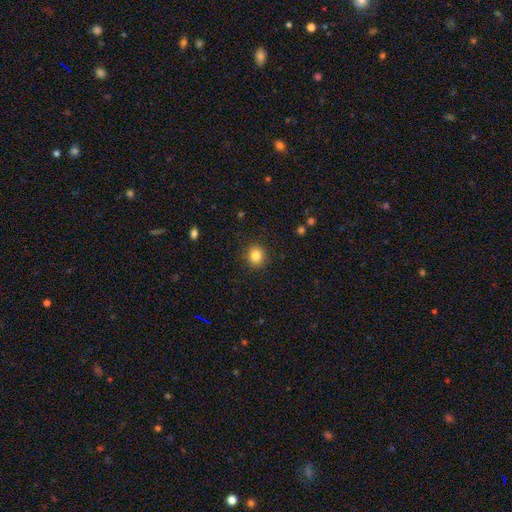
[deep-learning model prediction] Morphology: type=smooth (83%); roundness=round (89%); merging=none (90%).